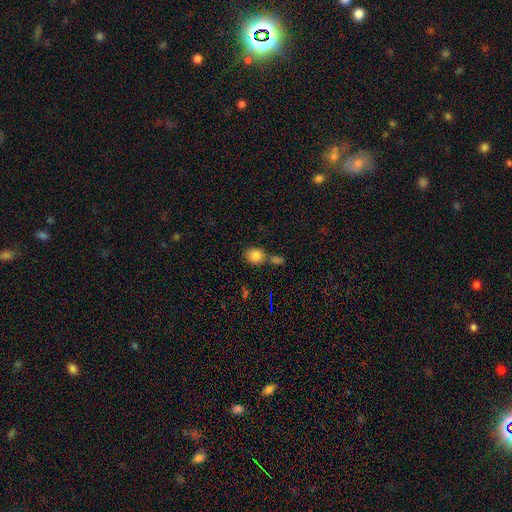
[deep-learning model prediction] Smooth or featured?
  - smooth: 84% *
  - star or artifact: 10%
  - featured or disk: 7%
How rounded?
  - round: 69% *
  - in between: 30%
  - cigar-shaped: 1%
Merging?
  - none: 60% *
  - merger: 25%
  - minor disturbance: 11%
  - major disturbance: 4%